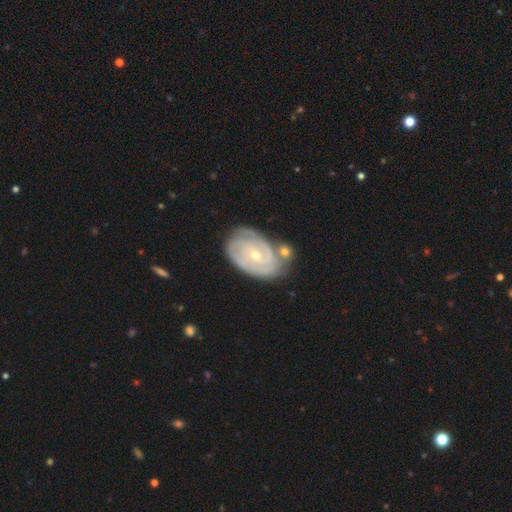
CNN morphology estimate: Smooth or featured? featured or disk (83%)
Edge-on disk? no (97%)
Bar? no (62%)
Spiral arms? yes (93%)
Spiral winding? tight (71%)
Spiral arm count? can't tell (33%)
Bulge size? small (64%)
Merging? none (59%)